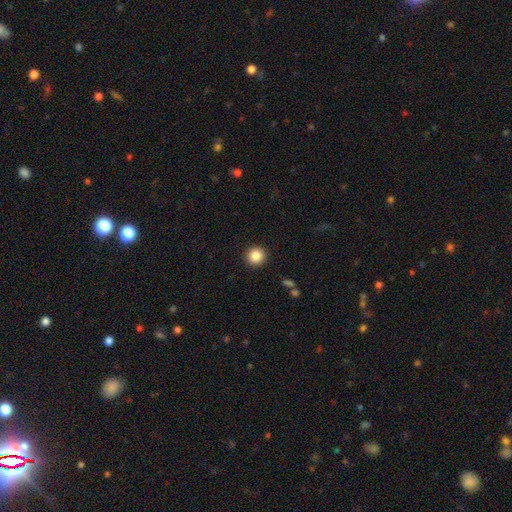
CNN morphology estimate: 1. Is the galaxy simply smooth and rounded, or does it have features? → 86% smooth, 10% star or artifact, 4% featured or disk.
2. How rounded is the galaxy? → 94% round, 5% in between, 1% cigar-shaped.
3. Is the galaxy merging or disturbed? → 92% none, 5% minor disturbance, 2% major disturbance, 1% merger.